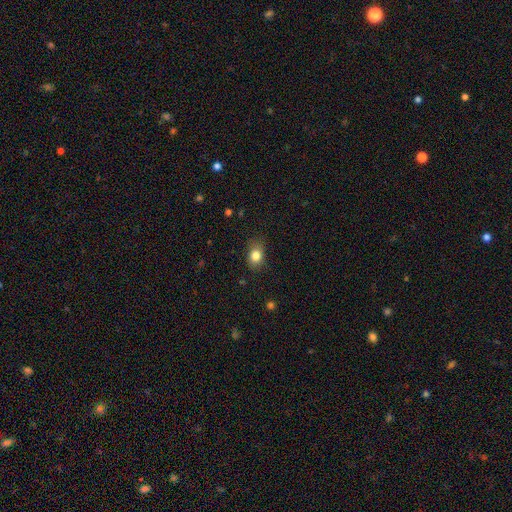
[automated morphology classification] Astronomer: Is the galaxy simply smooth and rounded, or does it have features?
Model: smooth — 82%.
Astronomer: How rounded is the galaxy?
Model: in between — 63%.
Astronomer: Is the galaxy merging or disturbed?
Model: none — 78%.